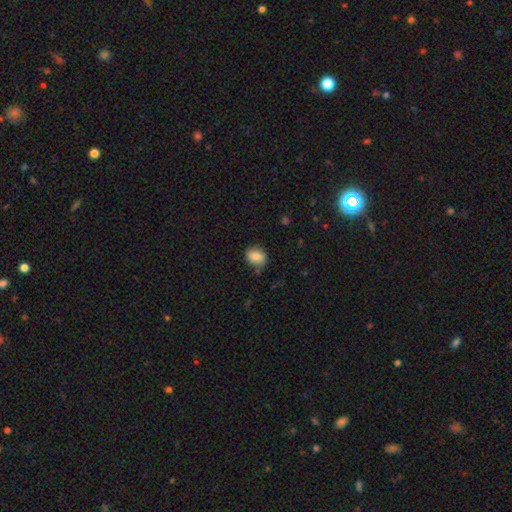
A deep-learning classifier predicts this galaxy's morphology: type=smooth (82%); roundness=round (56%); merging=none (81%).